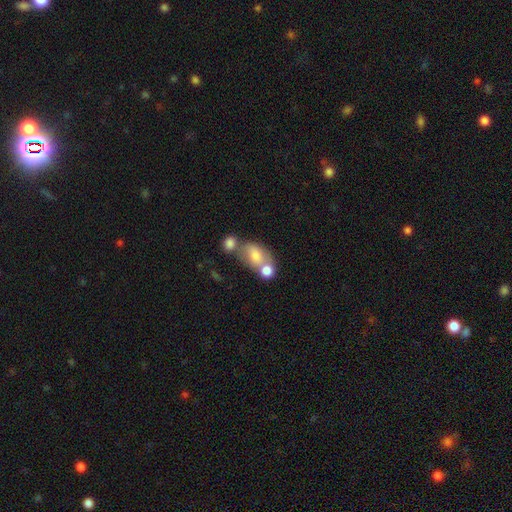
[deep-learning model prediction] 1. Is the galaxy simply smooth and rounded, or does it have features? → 70% smooth, 20% featured or disk, 10% star or artifact.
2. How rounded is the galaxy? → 71% in between, 27% round, 2% cigar-shaped.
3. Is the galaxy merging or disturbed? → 50% merger, 31% none, 12% minor disturbance, 7% major disturbance.